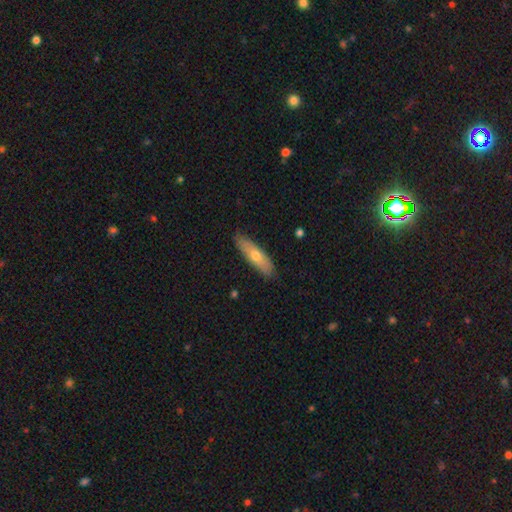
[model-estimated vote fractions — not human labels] Smooth or featured? Predicted: smooth (p=0.62). How rounded? Predicted: cigar-shaped (p=0.60). Merging? Predicted: none (p=0.87).